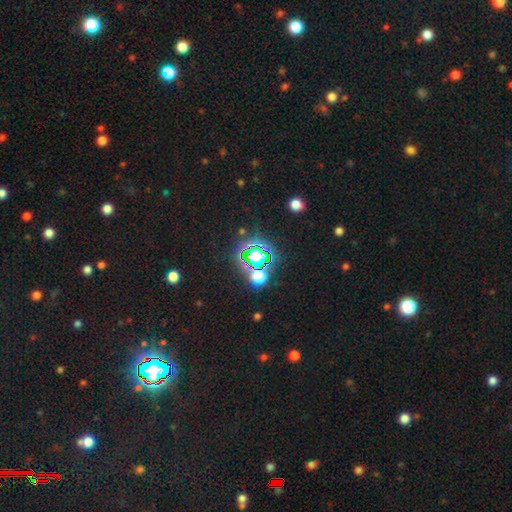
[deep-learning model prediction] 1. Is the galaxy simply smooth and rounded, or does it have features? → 68% star or artifact, 22% smooth, 9% featured or disk.